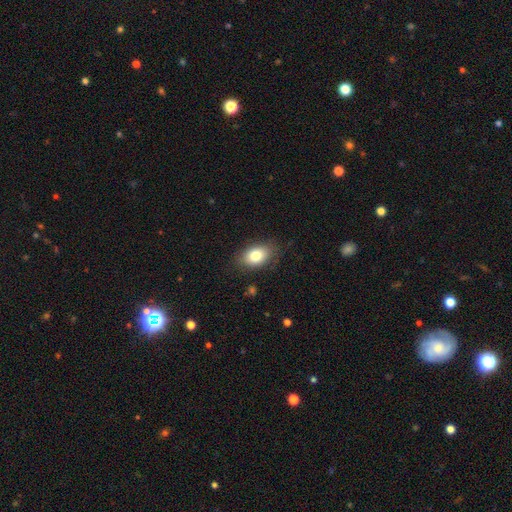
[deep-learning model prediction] Smooth or featured?
  - smooth: 80% *
  - featured or disk: 12%
  - star or artifact: 8%
How rounded?
  - in between: 86% *
  - round: 13%
  - cigar-shaped: 1%
Merging?
  - none: 82% *
  - minor disturbance: 14%
  - major disturbance: 4%
  - merger: 1%